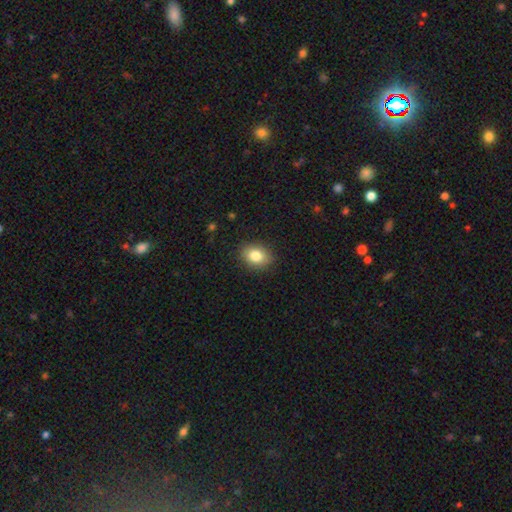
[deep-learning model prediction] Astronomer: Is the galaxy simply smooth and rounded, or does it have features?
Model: smooth — 83%.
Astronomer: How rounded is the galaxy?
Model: in between — 63%.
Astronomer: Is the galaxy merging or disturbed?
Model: none — 88%.